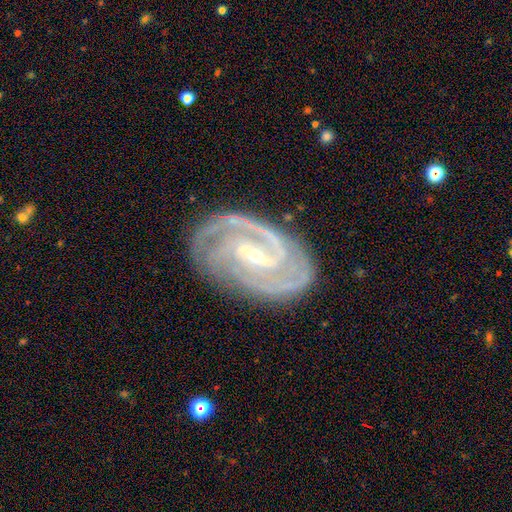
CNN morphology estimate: smooth-or-featured: featured or disk: 92% | star or artifact: 5% | smooth: 3%
  disk-edge-on: no: 97% | yes: 3%
    bar: strong: 45% | weak: 39% | no: 16%
    has-spiral-arms: yes: 98% | no: 2%
      spiral-winding: tight: 59% | medium: 35% | loose: 5%
      spiral-arm-count: 2: 44% | 3: 28% | can't tell: 10% | 4: 9% | more than 4: 5% | 1: 5%
    bulge-size: small: 73% | moderate: 24% | none: 1% | large: 1% | dominant: 1%
  merging: none: 80% | minor disturbance: 14% | major disturbance: 4% | merger: 1%